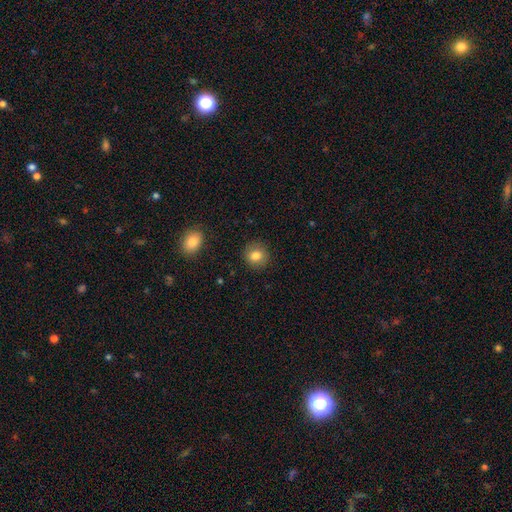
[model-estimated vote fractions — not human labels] Smooth or featured?
  - smooth: 82% *
  - star or artifact: 10%
  - featured or disk: 8%
How rounded?
  - round: 87% *
  - in between: 12%
  - cigar-shaped: 1%
Merging?
  - none: 89% *
  - minor disturbance: 8%
  - major disturbance: 2%
  - merger: 1%